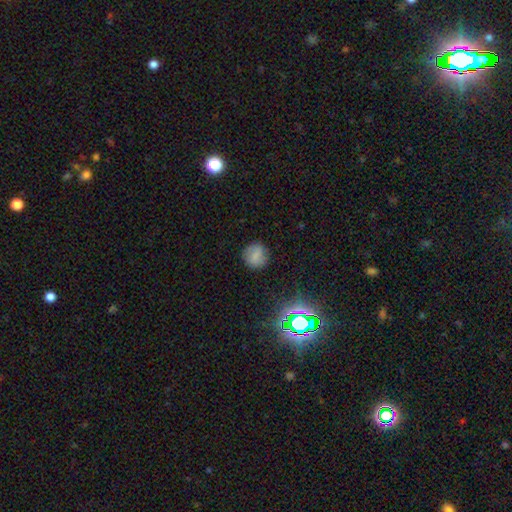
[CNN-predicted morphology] Smooth or featured?
  - smooth: 65% *
  - featured or disk: 19%
  - star or artifact: 15%
How rounded?
  - round: 88% *
  - in between: 11%
  - cigar-shaped: 1%
Merging?
  - none: 85% *
  - minor disturbance: 10%
  - major disturbance: 3%
  - merger: 1%